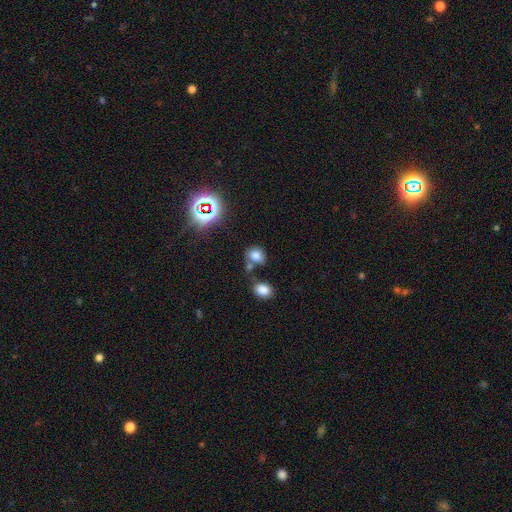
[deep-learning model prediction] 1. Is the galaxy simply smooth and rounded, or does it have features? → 73% smooth, 18% star or artifact, 9% featured or disk.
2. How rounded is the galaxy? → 51% round, 48% in between, 1% cigar-shaped.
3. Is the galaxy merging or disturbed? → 56% none, 22% merger, 16% minor disturbance, 6% major disturbance.